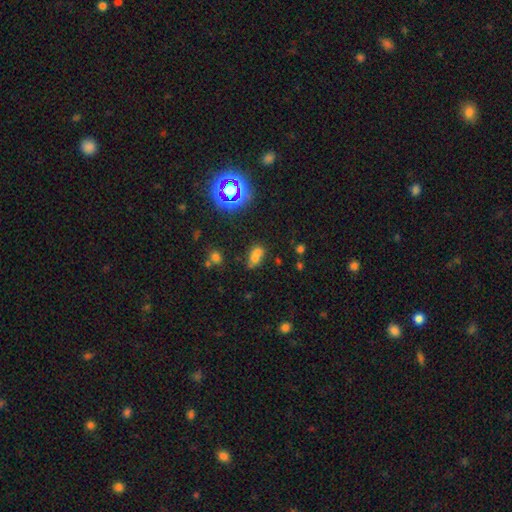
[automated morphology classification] Smooth or featured?
  - smooth: 59% *
  - star or artifact: 25%
  - featured or disk: 16%
How rounded?
  - in between: 61% *
  - round: 36%
  - cigar-shaped: 3%
Merging?
  - merger: 51% *
  - none: 32%
  - minor disturbance: 11%
  - major disturbance: 6%